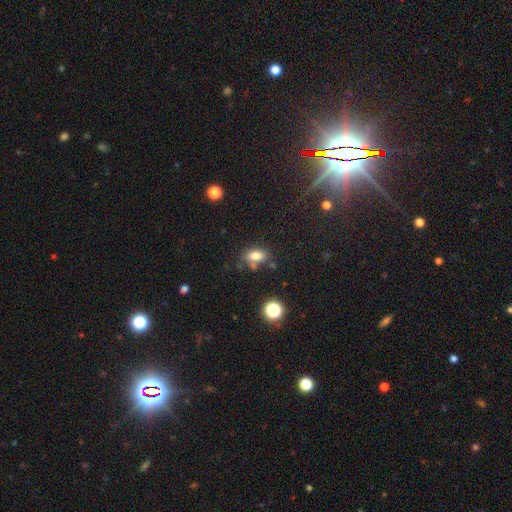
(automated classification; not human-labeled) Smooth or featured: smooth — 79% (star or artifact — 12%)
How rounded: in between — 83% (round — 14%)
Merging: none — 68% (minor disturbance — 15%)